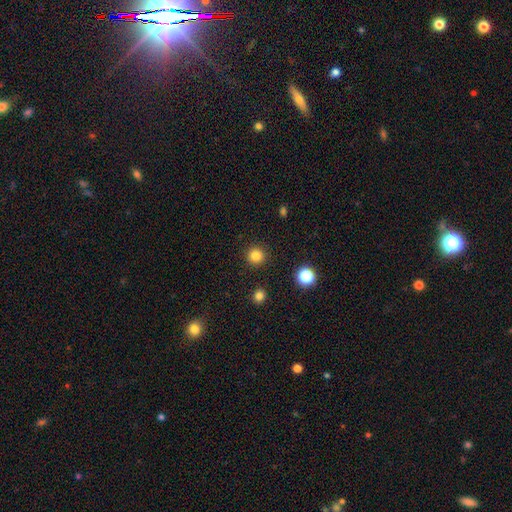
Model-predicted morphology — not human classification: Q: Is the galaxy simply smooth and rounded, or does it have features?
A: smooth — 83%.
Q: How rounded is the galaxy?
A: round — 94%.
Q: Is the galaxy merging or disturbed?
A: none — 92%.